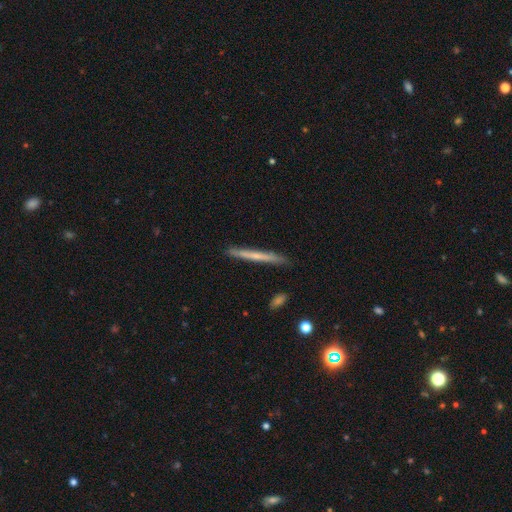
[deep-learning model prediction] Smooth or featured? Predicted: smooth (p=0.49). Merging? Predicted: none (p=0.89).